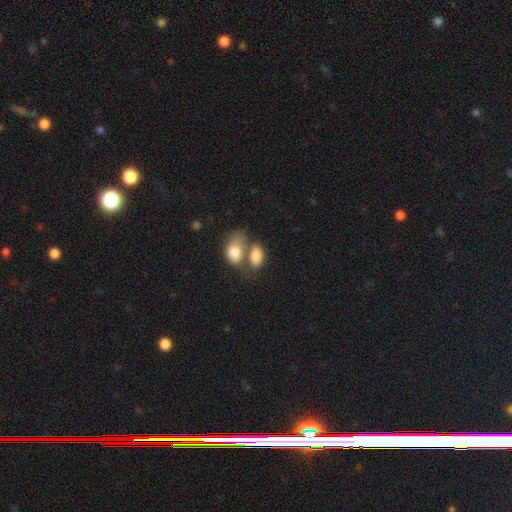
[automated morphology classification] Smooth or featured? smooth (82%)
How rounded? in between (89%)
Merging? merger (54%)